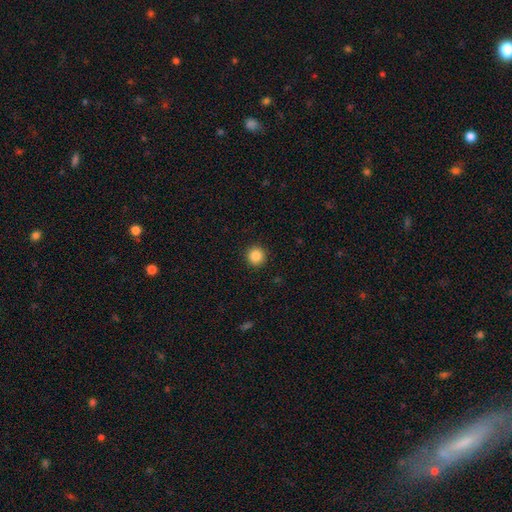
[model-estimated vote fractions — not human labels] Morphology: type=smooth (87%); roundness=round (95%); merging=none (93%).